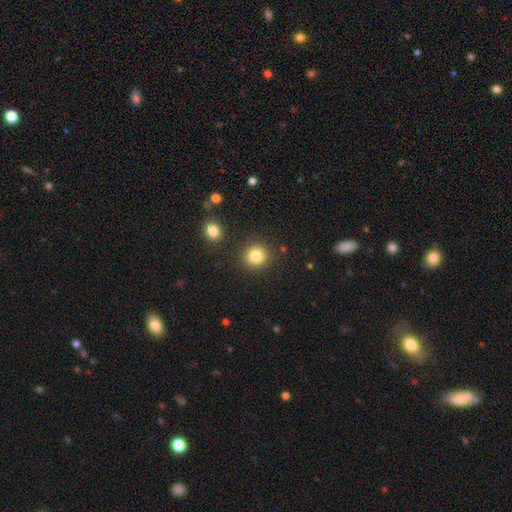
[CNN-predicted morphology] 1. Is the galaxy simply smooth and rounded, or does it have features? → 83% smooth, 11% star or artifact, 6% featured or disk.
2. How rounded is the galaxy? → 92% round, 7% in between, 1% cigar-shaped.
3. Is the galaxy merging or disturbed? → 88% none, 6% minor disturbance, 3% merger, 3% major disturbance.